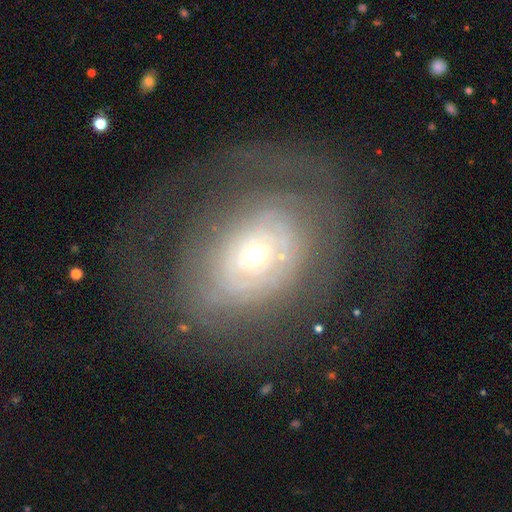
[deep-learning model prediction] A featured or disk galaxy (68%) with no bar (77%), spiral arms (59%) and a moderate central bulge (51%).

Vote fractions:
- Smooth or featured? featured or disk: 68% / smooth: 23% / star or artifact: 9%
- Edge-on disk? no: 95% / yes: 5%
- Bar? no: 77% / weak: 17% / strong: 6%
- Spiral arms? yes: 59% / no: 41%
- Bulge size? moderate: 51% / small: 40% / large: 6% / dominant: 2% / none: 1%
- Merging? none: 50% / major disturbance: 32% / minor disturbance: 16% / merger: 2%